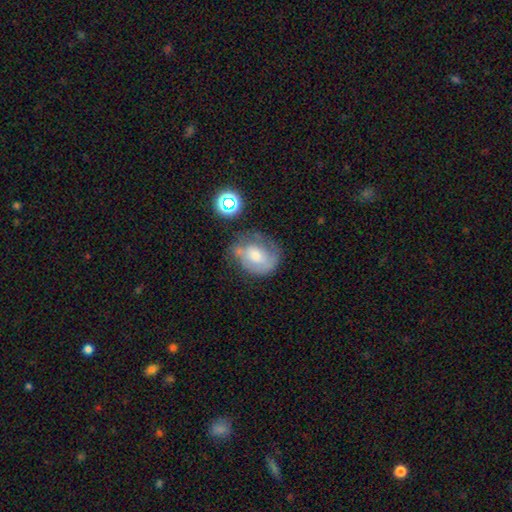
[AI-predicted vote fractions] Smooth or featured?
  - featured or disk: 48% *
  - smooth: 41%
  - star or artifact: 11%
Merging?
  - none: 44% *
  - minor disturbance: 30%
  - major disturbance: 16%
  - merger: 10%